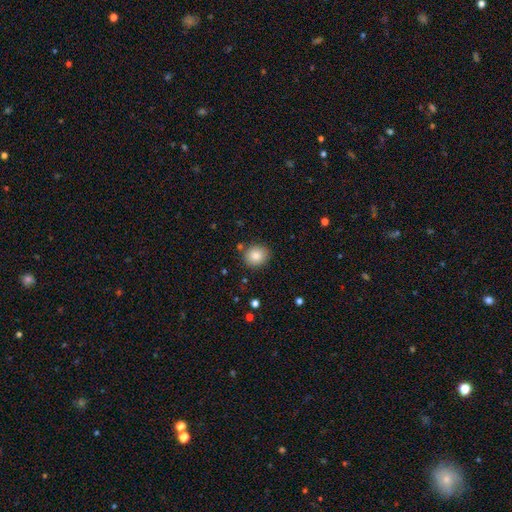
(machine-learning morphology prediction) A smooth galaxy with no disk features (85%) that is round (78%). Merging: none (85%).